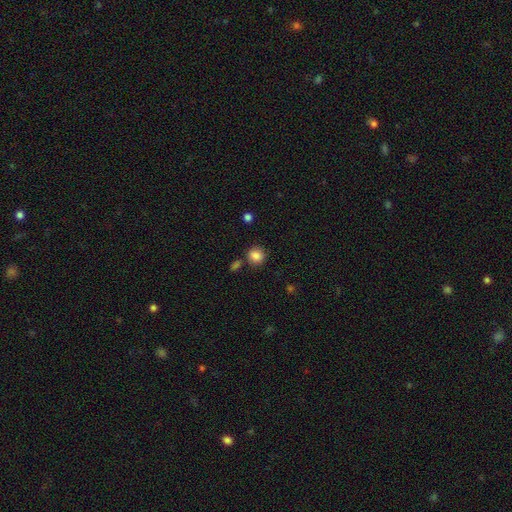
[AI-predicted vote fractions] This appears to be a smooth galaxy with no disk features (86%) that is round (83%). Merging: none (79%).